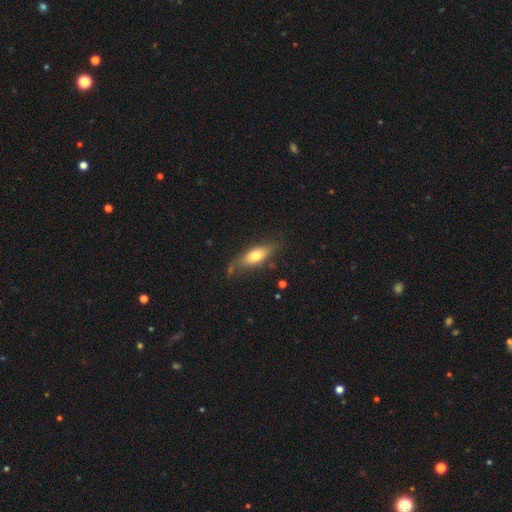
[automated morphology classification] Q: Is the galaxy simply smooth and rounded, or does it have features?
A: smooth — 65%.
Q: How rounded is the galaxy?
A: in between — 64%.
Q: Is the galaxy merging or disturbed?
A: none — 69%.